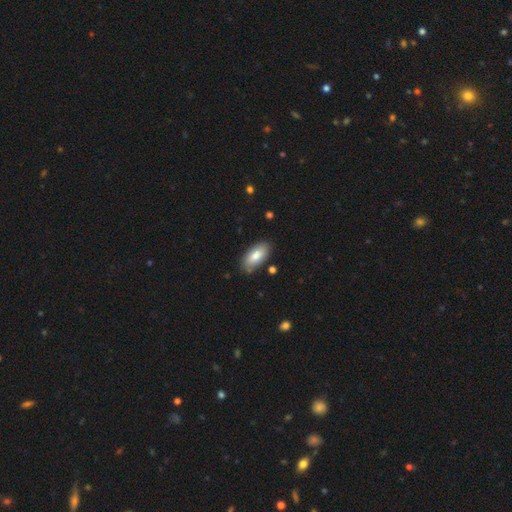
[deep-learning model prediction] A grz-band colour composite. It shows a smooth galaxy with no disk features (81%) that is in between round and cigar-shaped (90%). Merging: none (83%).